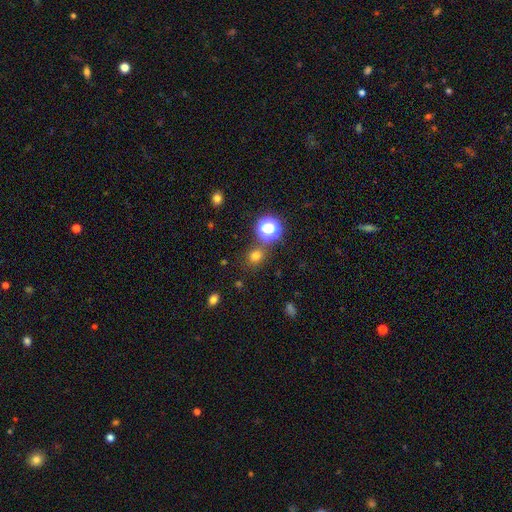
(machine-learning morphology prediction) smooth 71%, star or artifact 23%, featured or disk 6%. Down the decision tree: how rounded — round (84%); merging — none (80%).